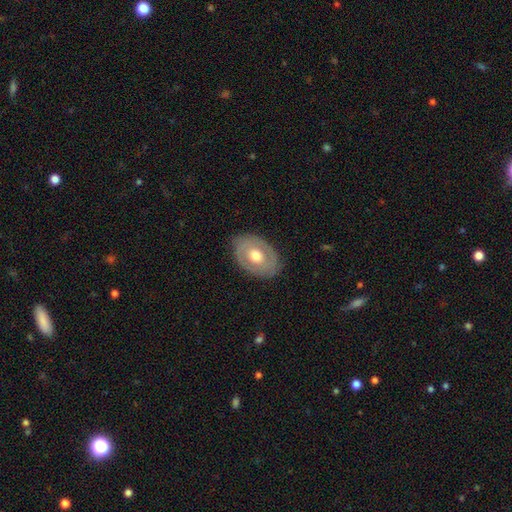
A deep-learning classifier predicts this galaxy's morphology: Smooth or featured? Predicted: smooth (p=0.47, tied with featured or disk). Merging? Predicted: none (p=0.81).